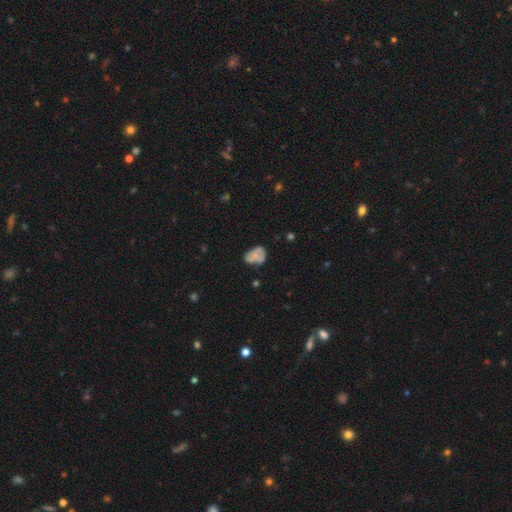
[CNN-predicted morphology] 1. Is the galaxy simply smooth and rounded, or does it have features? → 52% smooth, 37% featured or disk, 11% star or artifact.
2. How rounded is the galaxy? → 73% in between, 26% round, 2% cigar-shaped.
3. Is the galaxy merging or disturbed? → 42% none, 29% minor disturbance, 18% major disturbance, 11% merger.